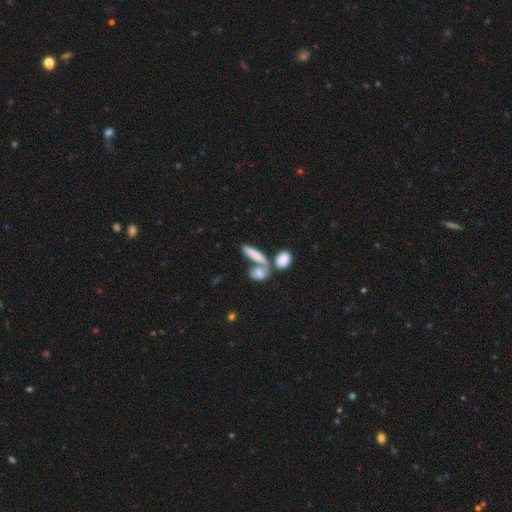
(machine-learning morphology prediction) This is likely a smooth galaxy (74%). How rounded: possibly in between (57%). Merging: possibly merger (48%).